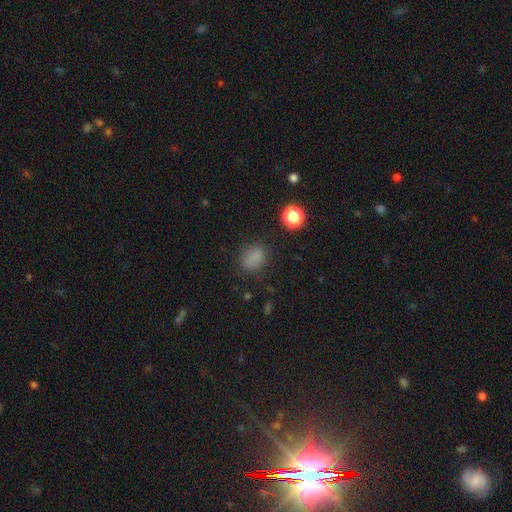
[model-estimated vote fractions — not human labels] Morphology: type=smooth (77%); roundness=in between (62%); merging=none (79%).